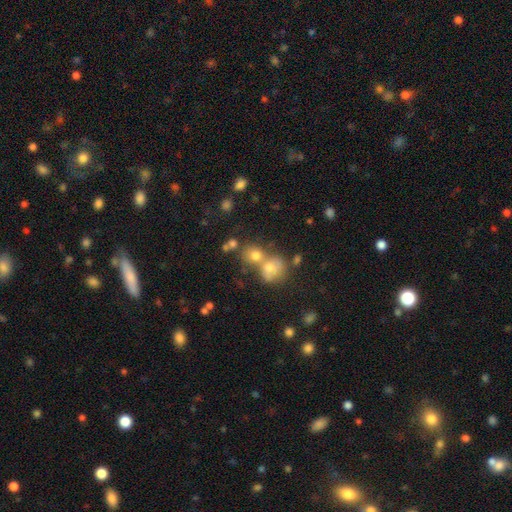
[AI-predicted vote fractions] Smooth or featured: smooth — 72% (featured or disk — 14%)
How rounded: round — 71% (in between — 27%)
Merging: merger — 53% (none — 35%)